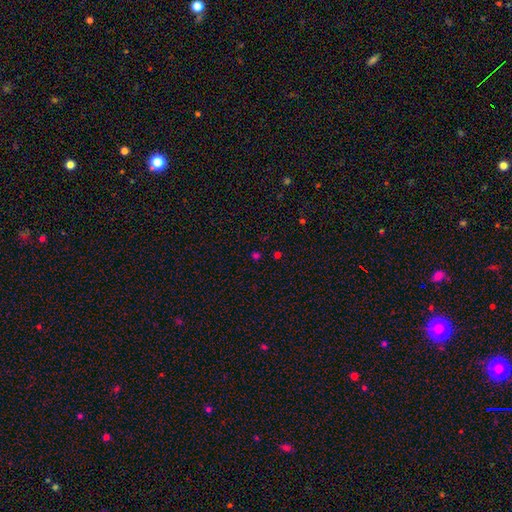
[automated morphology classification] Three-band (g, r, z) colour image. It shows a star or artifact, not a galaxy (47%, tied with smooth).